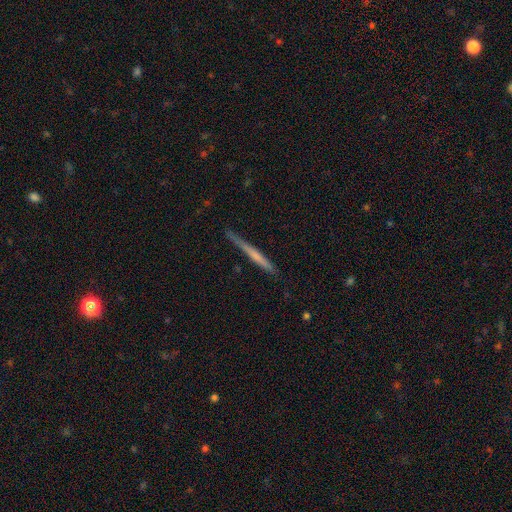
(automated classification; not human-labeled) Smooth or featured? Predicted: smooth (p=0.47, tied with featured or disk). Merging? Predicted: none (p=0.82).